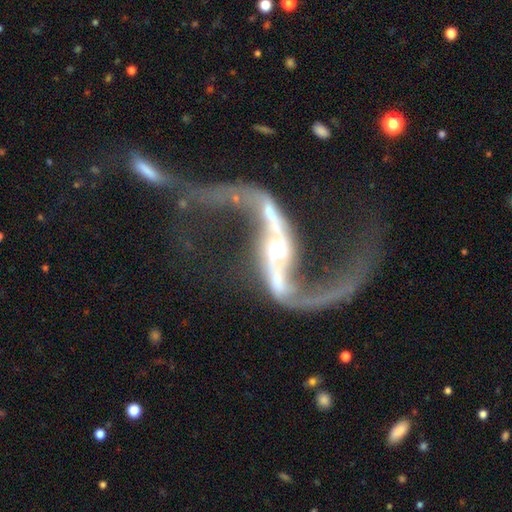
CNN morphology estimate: Smooth or featured?
  - featured or disk: 92% *
  - star or artifact: 5%
  - smooth: 2%
Edge-on disk?
  - no: 95% *
  - yes: 5%
Bar?
  - strong: 53% *
  - weak: 25%
  - no: 22%
Spiral arms?
  - yes: 97% *
  - no: 3%
Spiral winding?
  - loose: 88% *
  - medium: 9%
  - tight: 3%
Spiral arm count?
  - 2: 94% *
  - 1: 2%
  - can't tell: 1%
  - 3: 1%
  - 4: 1%
  - more than 4: 1%
Bulge size?
  - small: 62% *
  - moderate: 31%
  - large: 3%
  - none: 2%
  - dominant: 2%
Merging?
  - none: 47% *
  - merger: 20%
  - major disturbance: 19%
  - minor disturbance: 14%